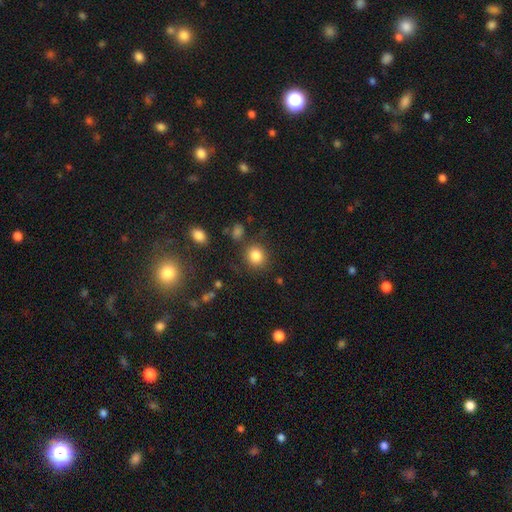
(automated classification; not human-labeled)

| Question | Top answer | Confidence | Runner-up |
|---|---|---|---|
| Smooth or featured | smooth | 84% | star or artifact (11%) |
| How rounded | round | 79% | in between (20%) |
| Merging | none | 81% | minor disturbance (10%) |